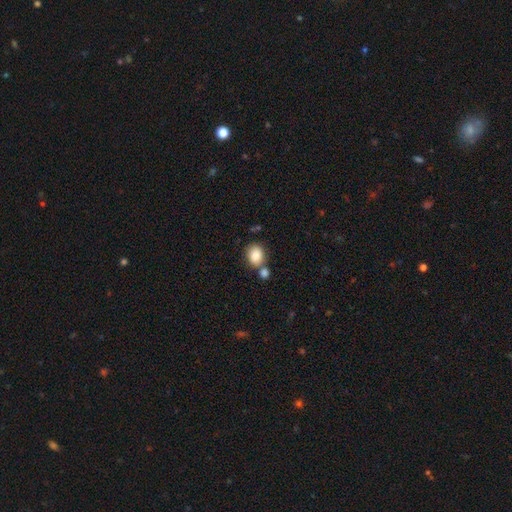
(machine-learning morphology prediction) The model was most divided on "how rounded": round: 51%, in between: 48%, cigar-shaped: 1%. More confident: smooth or featured — smooth (84%); merging — none (55%).